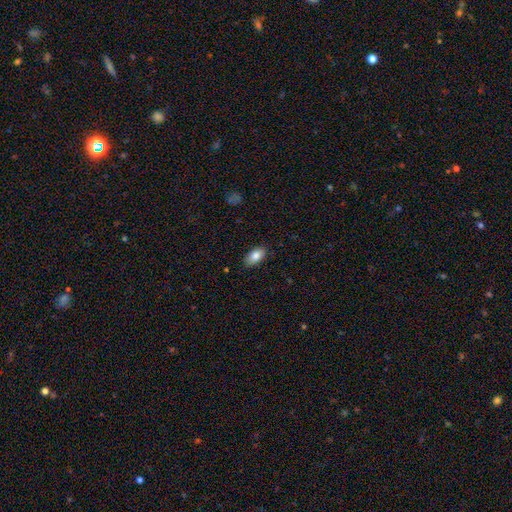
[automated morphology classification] Smooth or featured: smooth — 84% (featured or disk — 9%)
How rounded: in between — 93% (round — 4%)
Merging: none — 87% (minor disturbance — 10%)